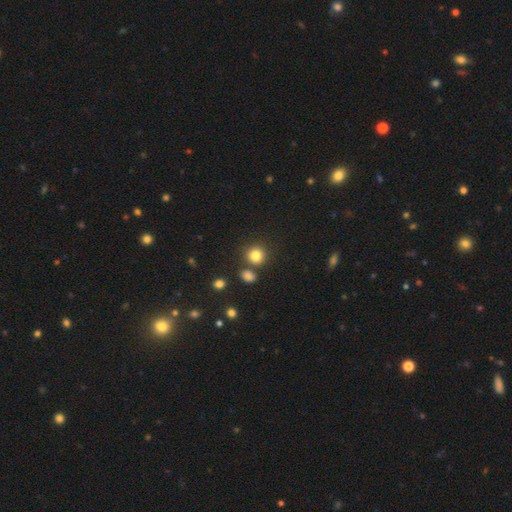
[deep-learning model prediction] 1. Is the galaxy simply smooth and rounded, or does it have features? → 82% smooth, 12% star or artifact, 6% featured or disk.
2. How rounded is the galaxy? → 88% round, 11% in between, 1% cigar-shaped.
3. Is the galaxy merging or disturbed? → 75% none, 14% merger, 9% minor disturbance, 3% major disturbance.